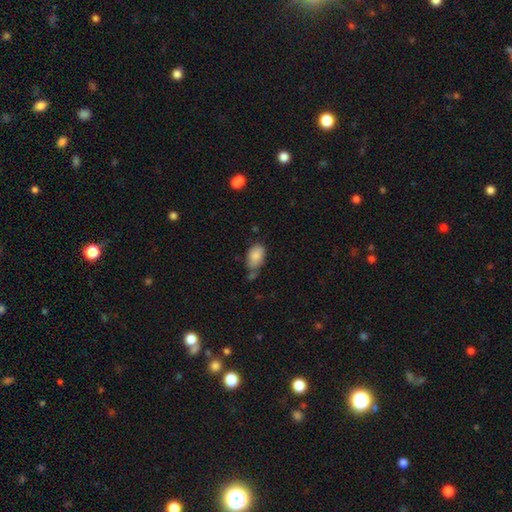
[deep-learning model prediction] This appears to be a smooth galaxy with no disk features (85%) that is in between round and cigar-shaped (90%). Merging: none (49%).